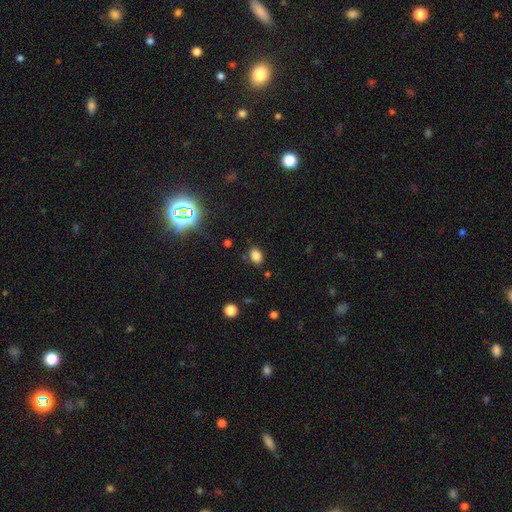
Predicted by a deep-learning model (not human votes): smooth-or-featured: smooth: 80% | star or artifact: 14% | featured or disk: 5%
  how-rounded: in between: 62% | round: 37% | cigar-shaped: 1%
  merging: none: 82% | minor disturbance: 12% | merger: 3% | major disturbance: 3%